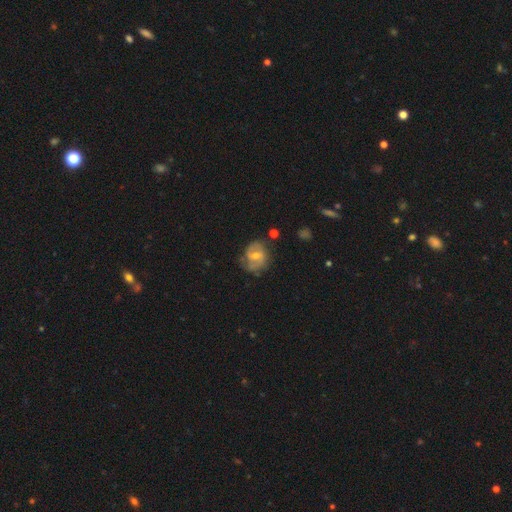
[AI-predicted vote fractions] Smooth or featured: featured or disk — 70% (smooth — 23%)
Edge-on disk: no — 97% (yes — 3%)
Bar: weak — 52% (no — 31%)
Spiral arms: yes — 85% (no — 15%)
Spiral winding: medium — 47% (tight — 31%)
Spiral arm count: 2 — 77% (can't tell — 13%)
Bulge size: moderate — 56% (small — 39%)
Merging: none — 65% (minor disturbance — 23%)